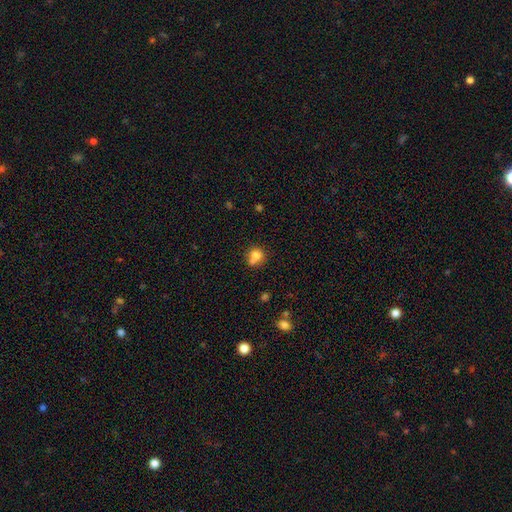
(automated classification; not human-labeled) Morphology: type=smooth (76%); roundness=round (77%); merging=none (42%).